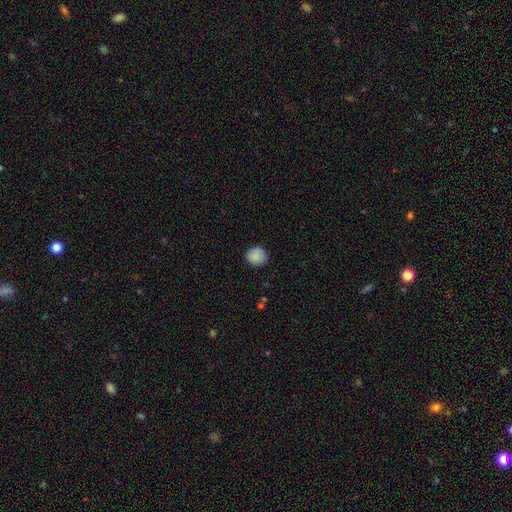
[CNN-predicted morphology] This appears to be a smooth galaxy with no disk features (87%) that is round (90%). Merging: none (88%).